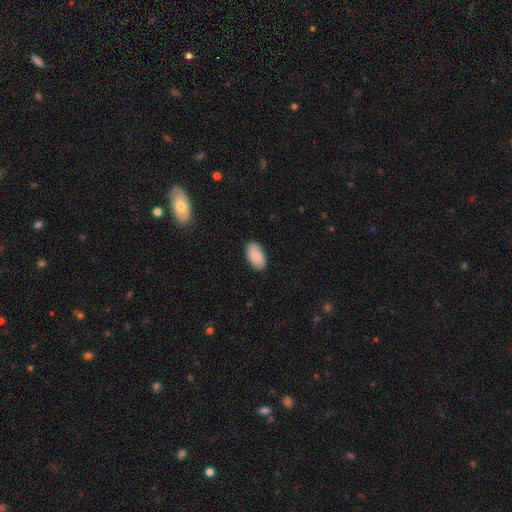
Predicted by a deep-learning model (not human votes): A smooth galaxy with no disk features (85%) that is in between round and cigar-shaped (95%). Merging: none (88%).